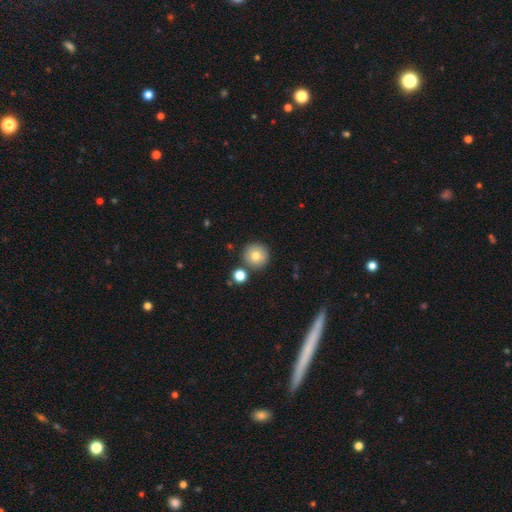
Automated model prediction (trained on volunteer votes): This is likely a smooth galaxy (79%). How rounded: clearly round (95%). Merging: clearly none (82%).